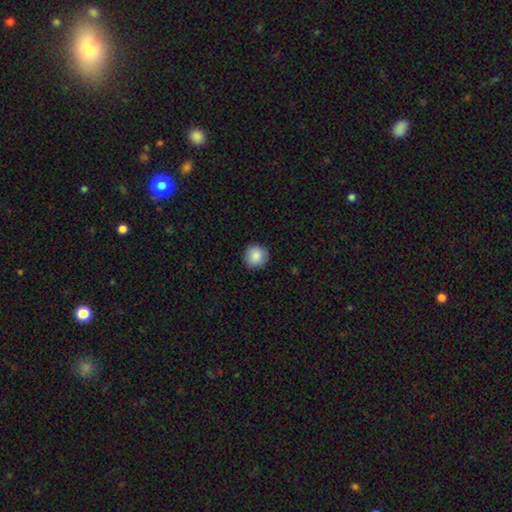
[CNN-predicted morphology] Smooth or featured?
  - smooth: 88% *
  - star or artifact: 8%
  - featured or disk: 4%
How rounded?
  - round: 94% *
  - in between: 5%
  - cigar-shaped: 1%
Merging?
  - none: 91% *
  - minor disturbance: 6%
  - major disturbance: 2%
  - merger: 1%